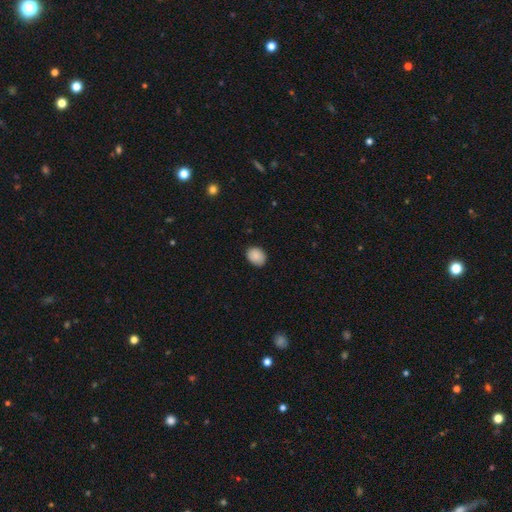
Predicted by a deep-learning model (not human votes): A smooth galaxy with no disk features (89%) that is in between round and cigar-shaped (62%).

Vote fractions:
- Smooth or featured? smooth: 89% / star or artifact: 7% / featured or disk: 4%
- How rounded? in between: 62% / round: 37% / cigar-shaped: 1%
- Merging? none: 86% / minor disturbance: 11% / major disturbance: 2% / merger: 1%